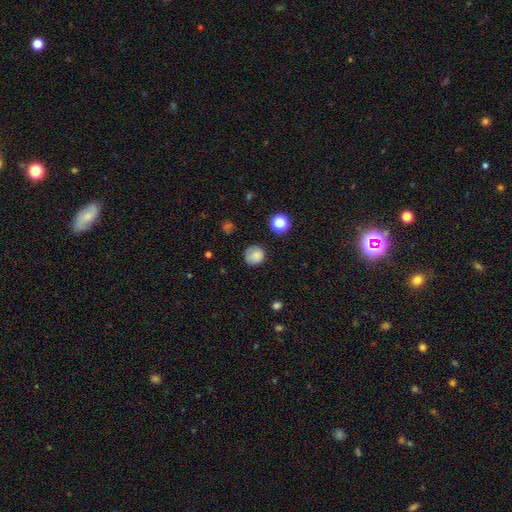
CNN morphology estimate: smooth 81%, star or artifact 11%, featured or disk 8%. Down the decision tree: how rounded — round (86%); merging — none (73%).